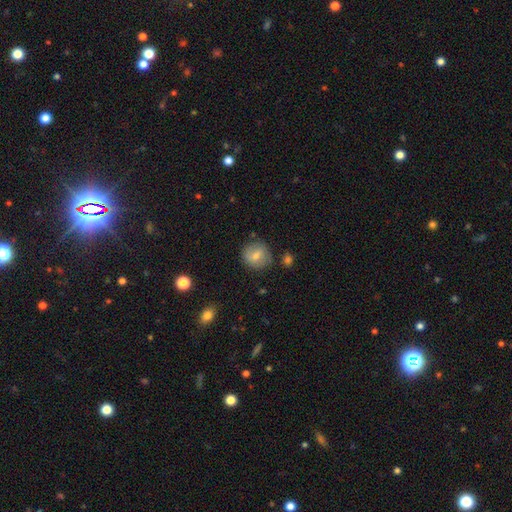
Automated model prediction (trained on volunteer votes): Q: Smooth or featured?
A: smooth (71%); runner-up: featured or disk (21%)
Q: How rounded?
A: round (86%); runner-up: in between (13%)
Q: Merging?
A: none (79%); runner-up: minor disturbance (14%)